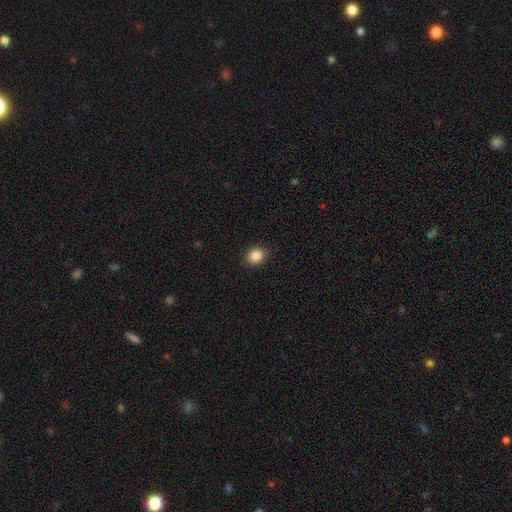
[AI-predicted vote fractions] Overall: smooth (86%). How rounded: round (65%; in between 34%). Merging: none (90%).